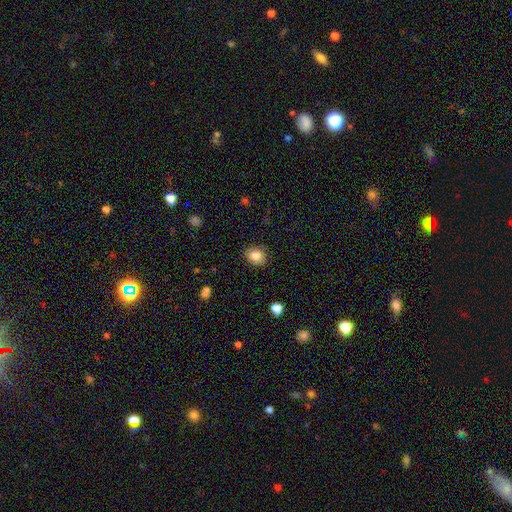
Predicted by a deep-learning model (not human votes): Smooth or featured? Predicted: smooth (p=0.84). How rounded? Predicted: round (p=0.59). Merging? Predicted: none (p=0.87).